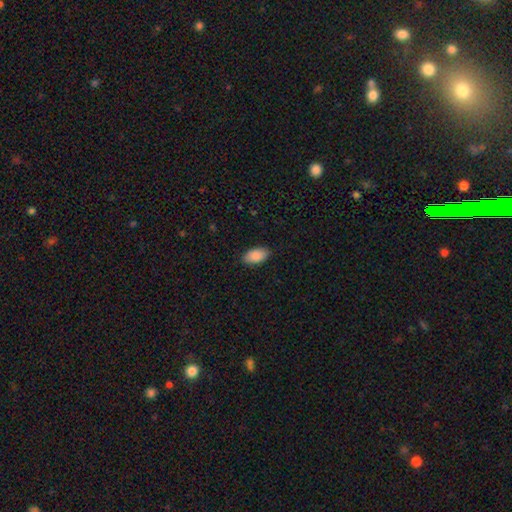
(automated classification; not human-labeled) This is clearly a smooth galaxy (90%). How rounded: clearly in between (95%). Merging: clearly none (88%).